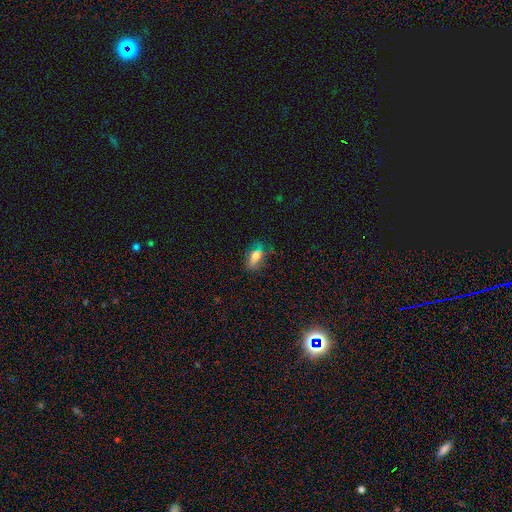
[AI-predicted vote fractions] The model was most divided on "merging": none: 58%, minor disturbance: 27%, major disturbance: 13%, merger: 2%. More confident: how rounded — in between (82%); smooth or featured — smooth (70%).